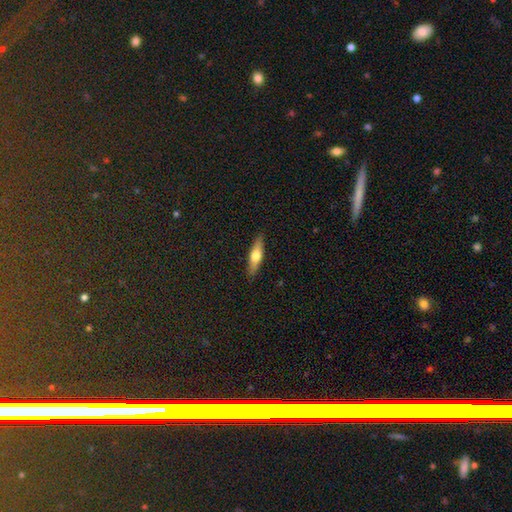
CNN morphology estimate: Smooth or featured? Predicted: smooth (p=0.52). How rounded? Predicted: cigar-shaped (p=0.67). Merging? Predicted: none (p=0.88).